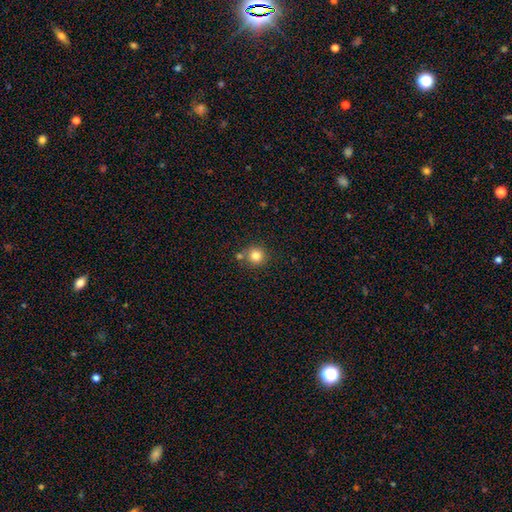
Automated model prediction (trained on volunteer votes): Smooth or featured?
  - smooth: 82% *
  - star or artifact: 11%
  - featured or disk: 6%
How rounded?
  - round: 93% *
  - in between: 7%
  - cigar-shaped: 1%
Merging?
  - none: 73% *
  - merger: 14%
  - minor disturbance: 10%
  - major disturbance: 3%